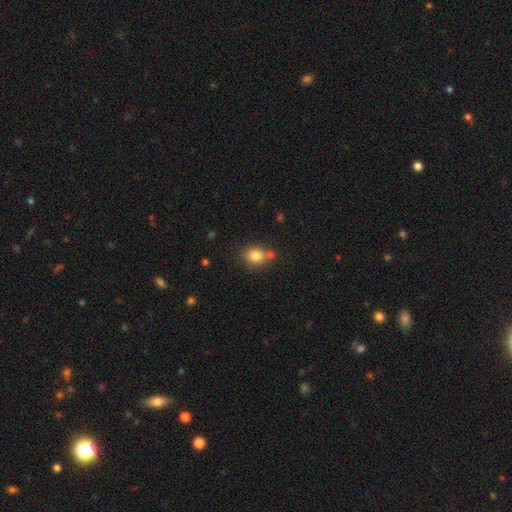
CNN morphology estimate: smooth_or_featured: smooth (p=0.81) [alt: star or artifact p=0.11]
how_rounded: round (p=0.58) [alt: in between p=0.41]
merging: none (p=0.71) [alt: merger p=0.13]